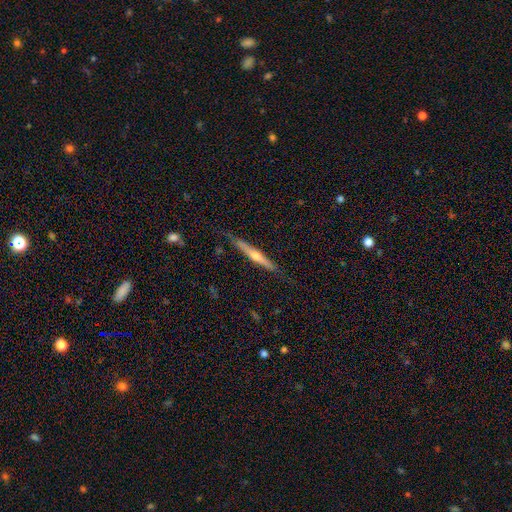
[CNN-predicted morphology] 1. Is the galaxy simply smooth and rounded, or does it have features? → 69% featured or disk, 25% smooth, 6% star or artifact.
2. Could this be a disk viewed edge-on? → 97% yes, 3% no.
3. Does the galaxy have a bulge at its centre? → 83% rounded, 13% none, 4% boxy.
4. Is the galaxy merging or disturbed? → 81% none, 15% minor disturbance, 2% major disturbance, 2% merger.